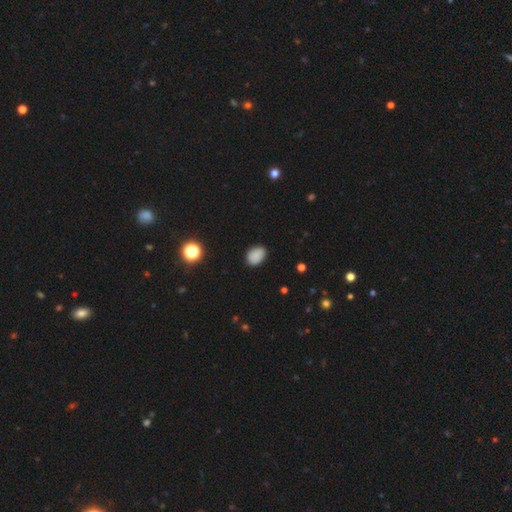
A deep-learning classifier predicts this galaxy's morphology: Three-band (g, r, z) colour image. It shows a smooth galaxy with no disk features (85%) that is in between round and cigar-shaped (78%). Merging: none (83%).